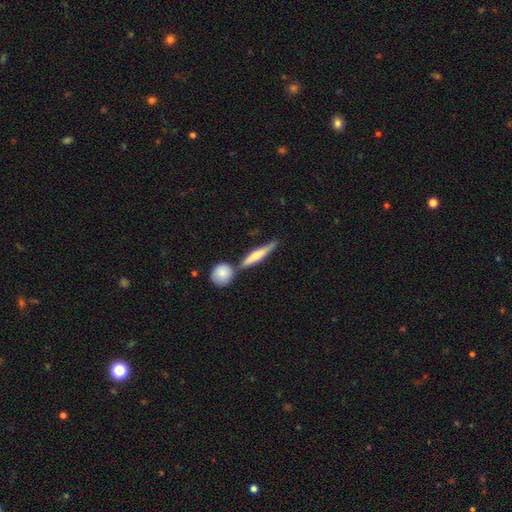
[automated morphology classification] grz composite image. It shows a featured or disk galaxy (50%) viewed edge-on (94%). Merging: none (69%).